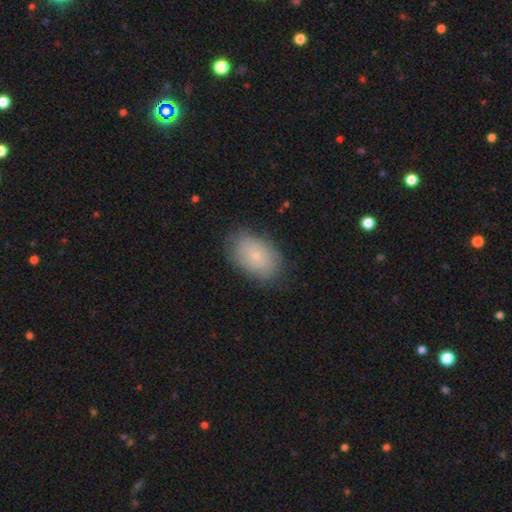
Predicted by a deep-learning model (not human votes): This is likely a smooth galaxy (66%). How rounded: clearly in between (88%). Merging: likely none (78%).